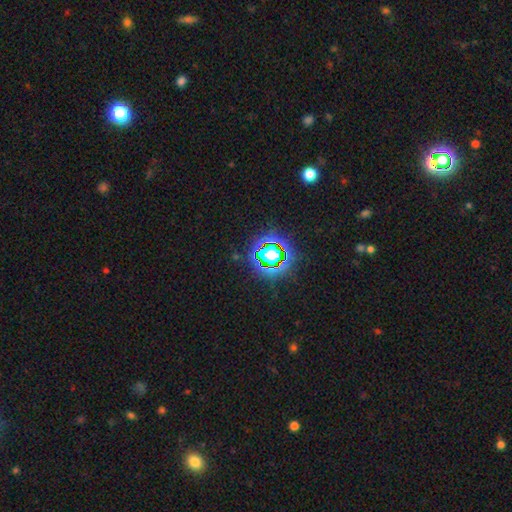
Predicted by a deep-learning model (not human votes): Overall: star or artifact (81%).